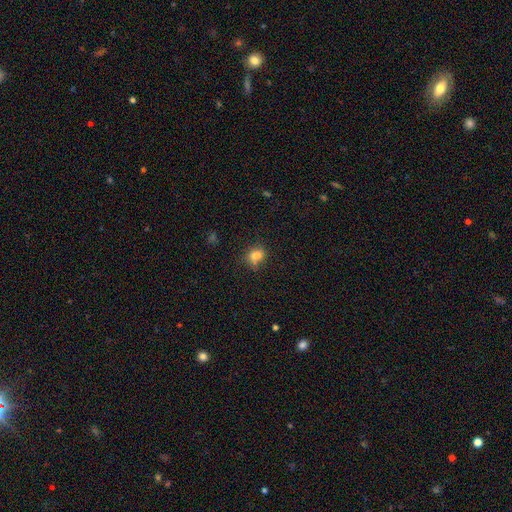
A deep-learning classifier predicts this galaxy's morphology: This is likely a smooth galaxy (78%). How rounded: possibly in between (51%). Merging: possibly none (57%).